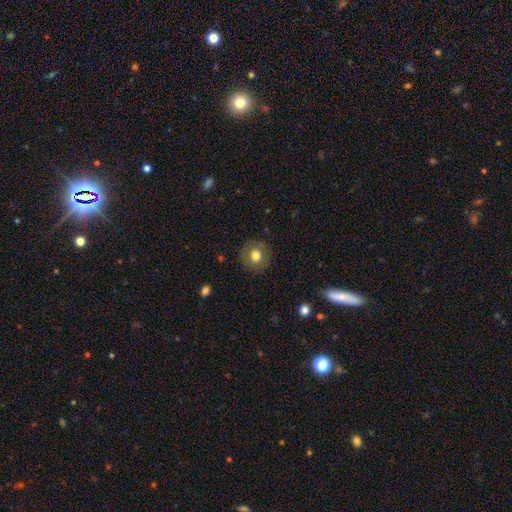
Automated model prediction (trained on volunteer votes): A smooth galaxy with no disk features (74%) that is round (90%). Merging: none (88%).